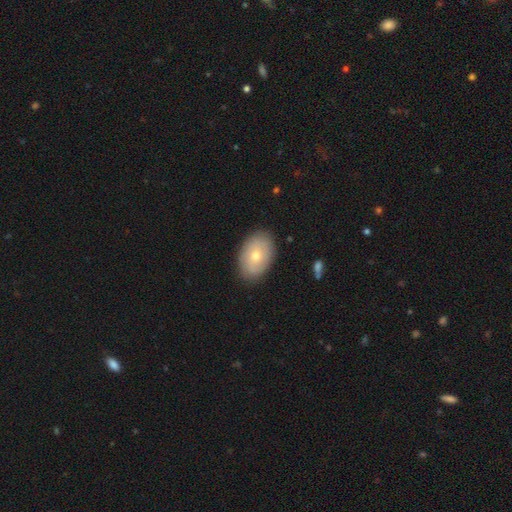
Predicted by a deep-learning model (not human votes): The model was most divided on "smooth or featured": smooth: 60%, featured or disk: 33%, star or artifact: 6%. More confident: merging — none (85%); how rounded — in between (83%).